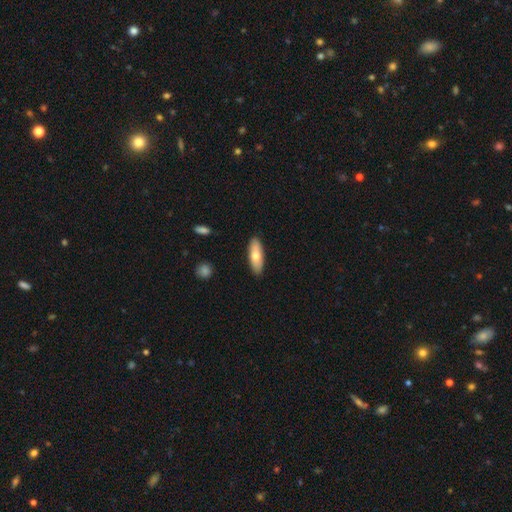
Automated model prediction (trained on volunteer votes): Smooth or featured: smooth — 69% (featured or disk — 25%)
How rounded: in between — 66% (cigar-shaped — 32%)
Merging: none — 88% (minor disturbance — 9%)